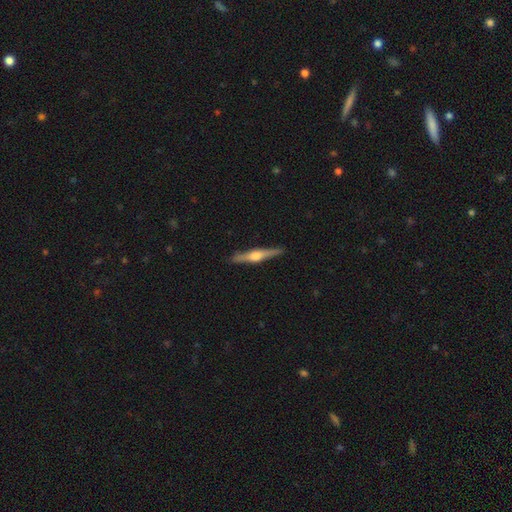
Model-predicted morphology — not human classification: Smooth or featured? Predicted: featured or disk (p=0.73). Edge-on disk? Predicted: yes (p=0.98). Edge-on bulge? Predicted: rounded (p=0.91). Merging? Predicted: none (p=0.90).